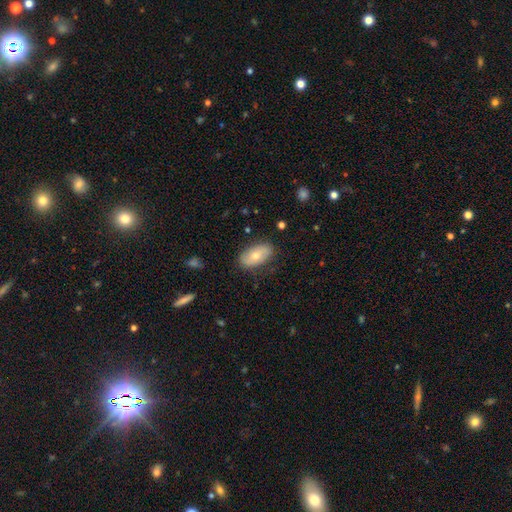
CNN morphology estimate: Smooth or featured? Predicted: smooth (p=0.65). How rounded? Predicted: in between (p=0.93). Merging? Predicted: none (p=0.83).